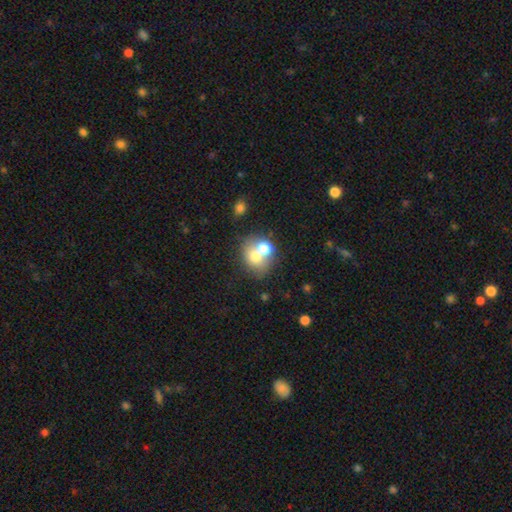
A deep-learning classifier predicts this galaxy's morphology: type=smooth (67%); roundness=round (61%); merging=merger (58%).